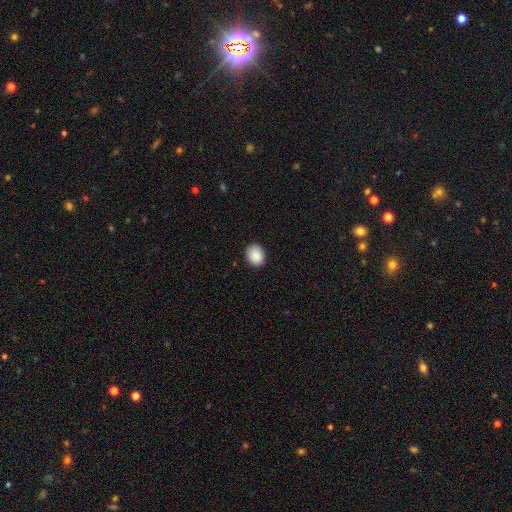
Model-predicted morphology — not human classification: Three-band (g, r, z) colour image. It shows a smooth galaxy with no disk features (89%) that is round (52%). Merging: none (87%).